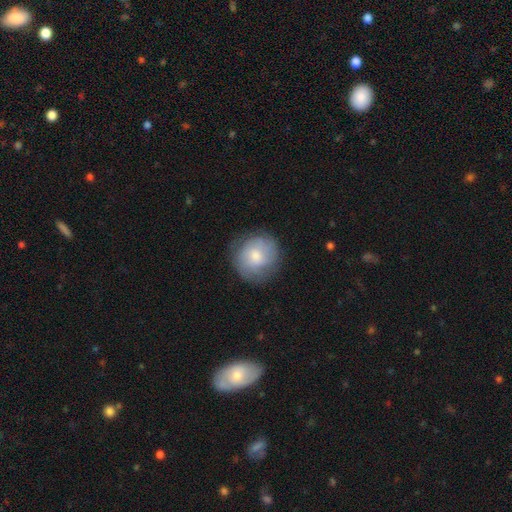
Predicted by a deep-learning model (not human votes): Q: Smooth or featured?
A: smooth (66%); runner-up: featured or disk (27%)
Q: How rounded?
A: round (89%); runner-up: in between (10%)
Q: Merging?
A: none (76%); runner-up: minor disturbance (17%)